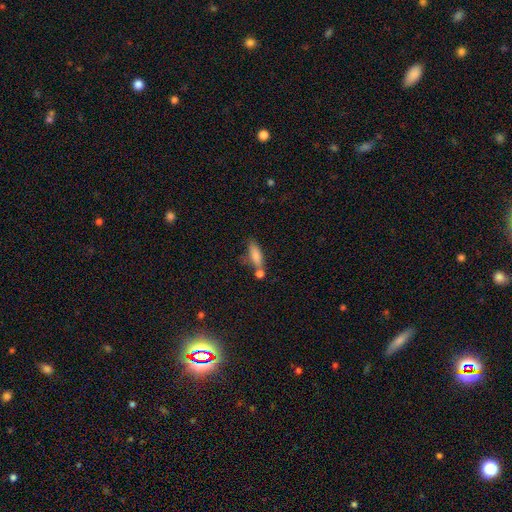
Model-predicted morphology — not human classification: The model was most divided on "merging": none: 42%, merger: 34%, minor disturbance: 17%, major disturbance: 7%. More confident: smooth or featured — smooth (79%); how rounded — in between (57%).